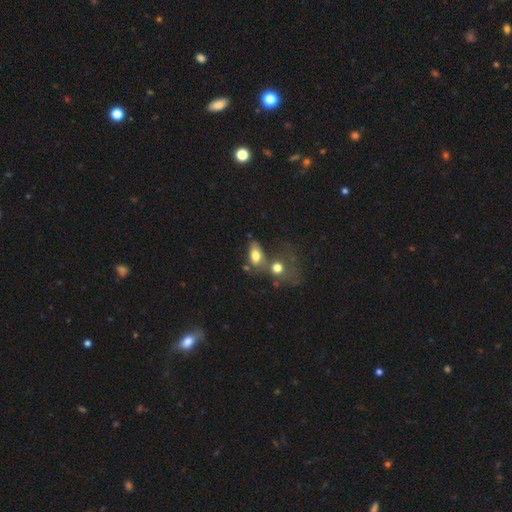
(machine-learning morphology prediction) smooth 73%, featured or disk 17%, star or artifact 10%. Down the decision tree: how rounded — in between (85%); merging — merger (41%).